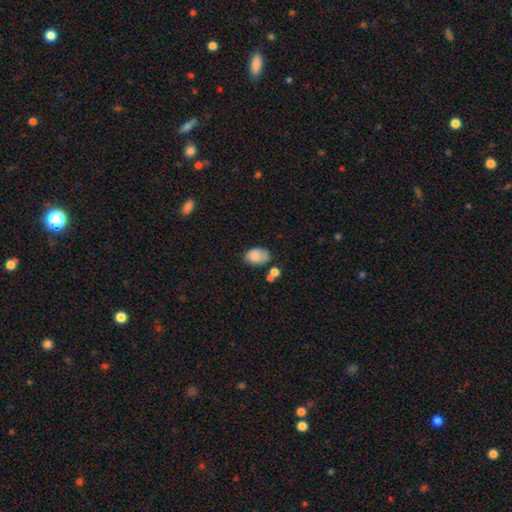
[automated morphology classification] Q: Smooth or featured?
A: smooth (81%); runner-up: featured or disk (11%)
Q: How rounded?
A: in between (86%); runner-up: round (13%)
Q: Merging?
A: none (49%); runner-up: minor disturbance (28%)